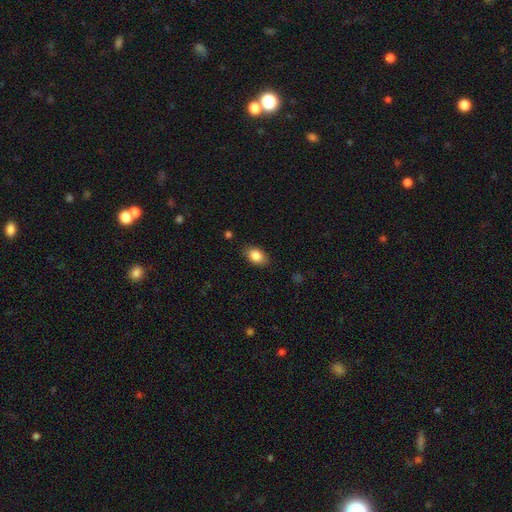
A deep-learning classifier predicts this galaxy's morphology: Overall: smooth (86%). How rounded: in between (87%). Merging: none (85%).